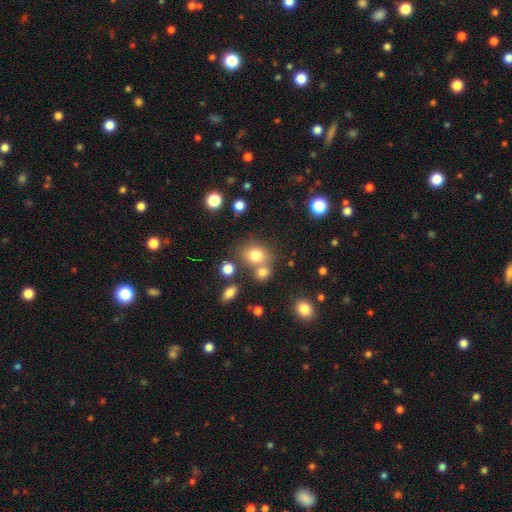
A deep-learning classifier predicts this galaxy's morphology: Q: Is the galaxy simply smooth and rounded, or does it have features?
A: smooth — 76%.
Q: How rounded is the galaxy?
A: round — 63%.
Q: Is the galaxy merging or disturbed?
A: none — 56%.